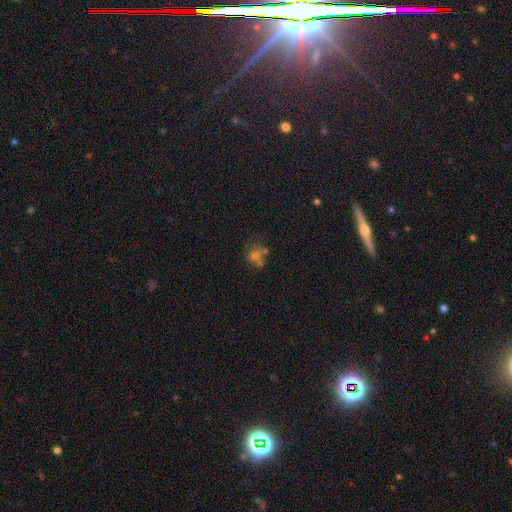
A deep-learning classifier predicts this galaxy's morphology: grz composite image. It shows a smooth galaxy with no disk features (52%) that is round (73%). Merging: none (46%).